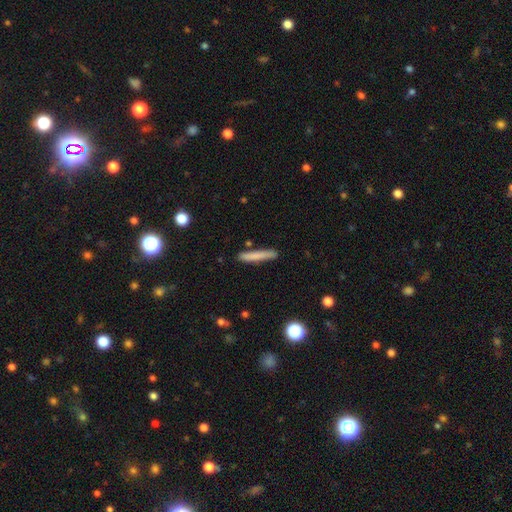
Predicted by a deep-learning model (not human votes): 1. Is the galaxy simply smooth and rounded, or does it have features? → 77% smooth, 17% featured or disk, 7% star or artifact.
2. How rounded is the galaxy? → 95% cigar-shaped, 4% in between, 1% round.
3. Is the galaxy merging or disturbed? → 84% none, 11% minor disturbance, 3% merger, 2% major disturbance.